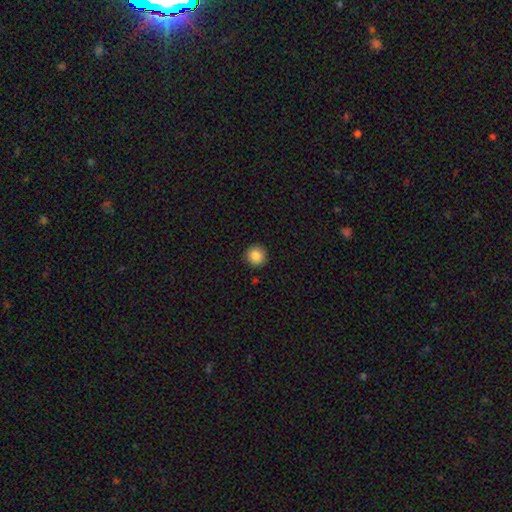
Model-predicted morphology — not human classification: Smooth or featured? Predicted: smooth (p=0.86). How rounded? Predicted: round (p=0.95). Merging? Predicted: none (p=0.92).